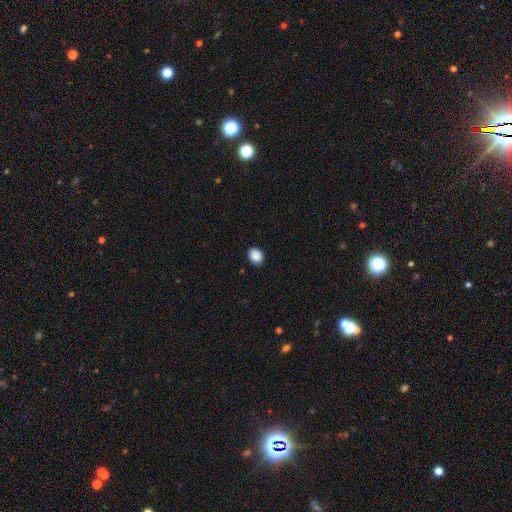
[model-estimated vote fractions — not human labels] smooth 89%, star or artifact 8%, featured or disk 2%. Down the decision tree: how rounded — round (57%); merging — none (90%).